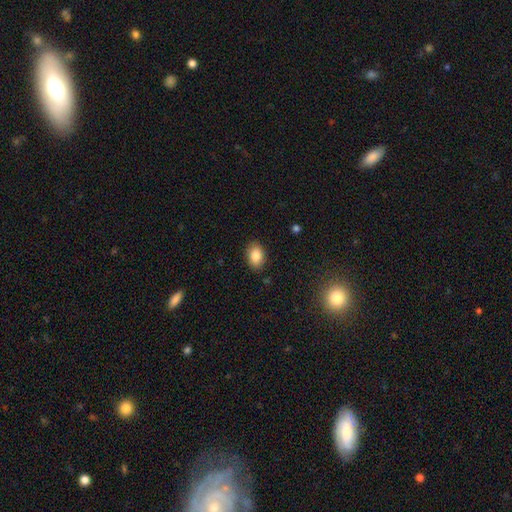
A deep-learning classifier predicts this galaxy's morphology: type=smooth (85%); roundness=in between (84%); merging=none (87%).